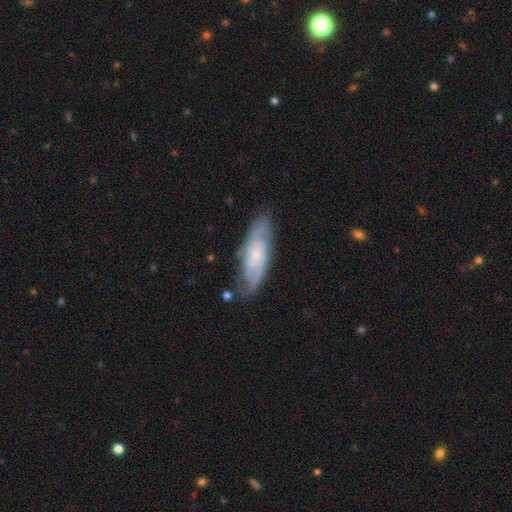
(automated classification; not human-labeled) Morphology: type=featured or disk (71%); edge-on=no (84%); bar=no (68%); spiral arms=yes (89%); winding=tight (46%); arm count=2 (43%); bulge=small (72%); merging=none (72%).